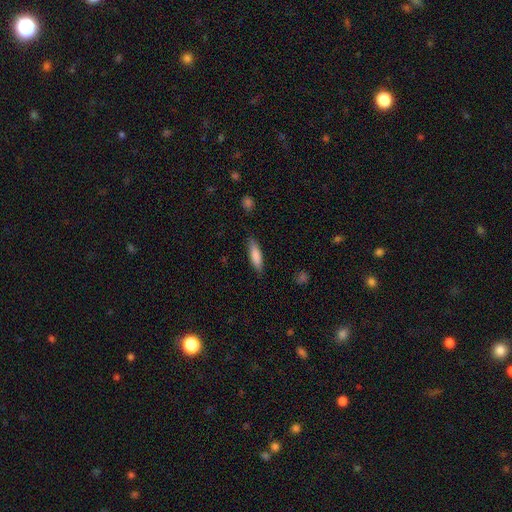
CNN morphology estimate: smooth 82%, featured or disk 12%, star or artifact 6%. Down the decision tree: how rounded — cigar-shaped (61%); merging — none (84%).